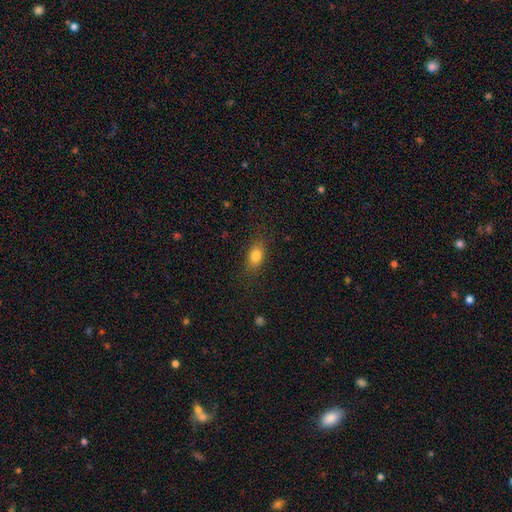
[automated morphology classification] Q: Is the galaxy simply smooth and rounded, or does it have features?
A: smooth — 82%.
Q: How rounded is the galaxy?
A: in between — 79%.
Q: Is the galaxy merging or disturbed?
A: none — 82%.